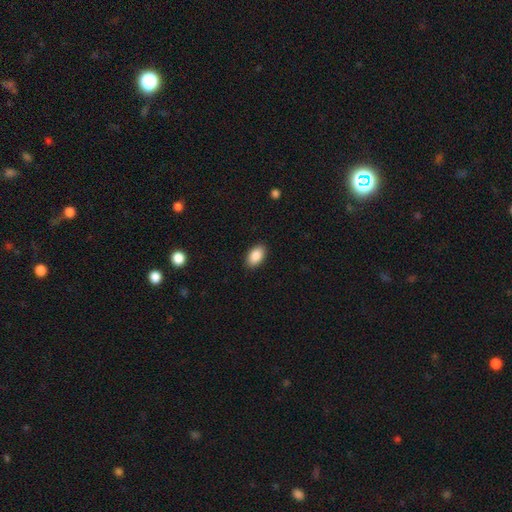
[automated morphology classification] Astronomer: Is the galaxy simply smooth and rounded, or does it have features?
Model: smooth — 89%.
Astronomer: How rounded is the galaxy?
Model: in between — 93%.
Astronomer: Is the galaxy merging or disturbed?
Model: none — 89%.